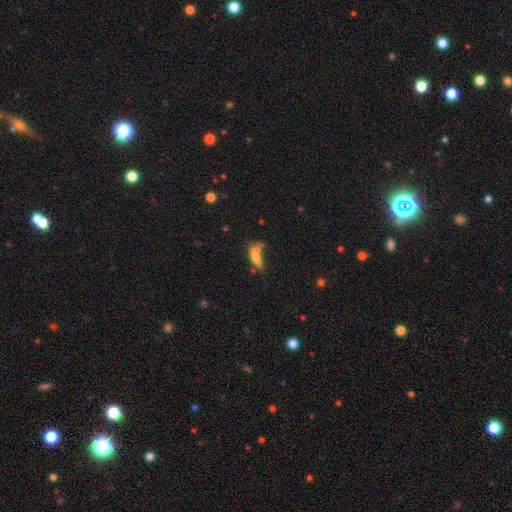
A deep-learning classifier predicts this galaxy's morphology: Smooth or featured? Predicted: smooth (p=0.63). How rounded? Predicted: in between (p=0.62). Merging? Predicted: merger (p=0.40).